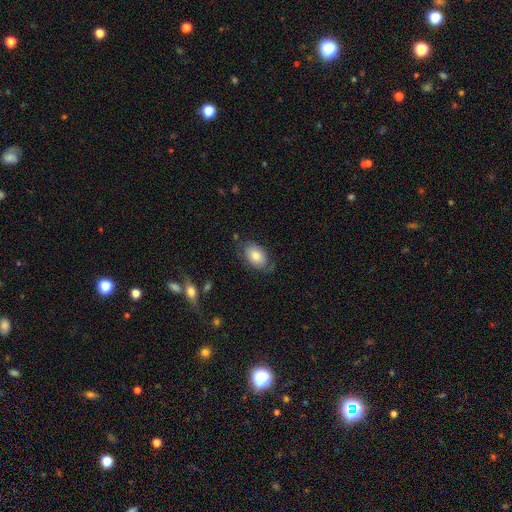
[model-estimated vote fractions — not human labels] This is likely a smooth galaxy (72%). How rounded: clearly in between (88%). Merging: likely none (71%).